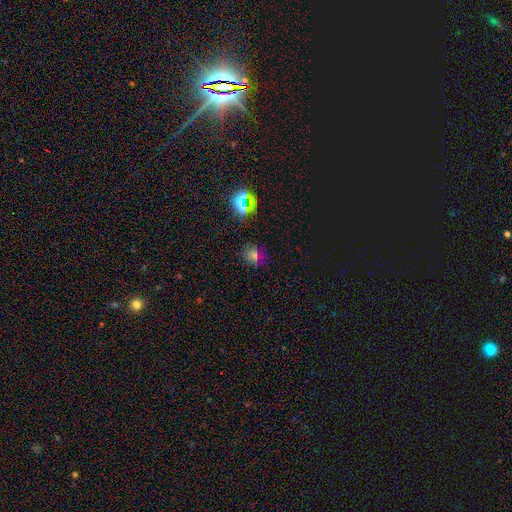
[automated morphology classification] This is possibly a smooth galaxy (54%). How rounded: likely round (72%). Merging: clearly none (82%).